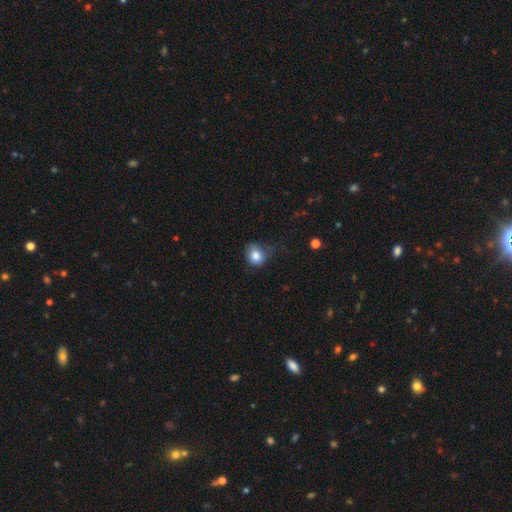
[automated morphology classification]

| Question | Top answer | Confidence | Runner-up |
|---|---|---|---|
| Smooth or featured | smooth | 82% | star or artifact (10%) |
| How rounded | round | 67% | in between (32%) |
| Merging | none | 49% | minor disturbance (36%) |